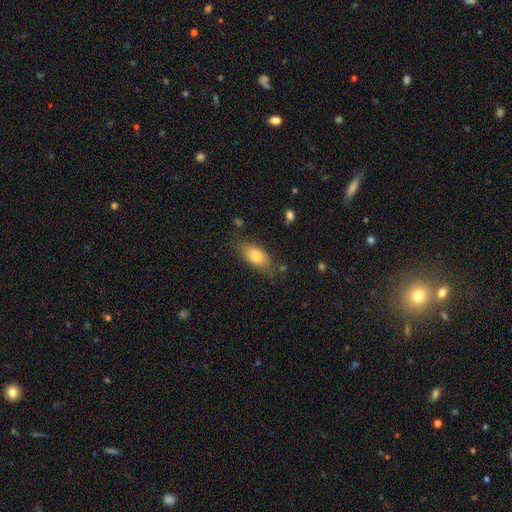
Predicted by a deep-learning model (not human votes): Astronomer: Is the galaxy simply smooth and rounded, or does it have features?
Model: smooth — 77%.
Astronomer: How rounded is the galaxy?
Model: in between — 86%.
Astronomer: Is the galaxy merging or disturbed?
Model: none — 70%.